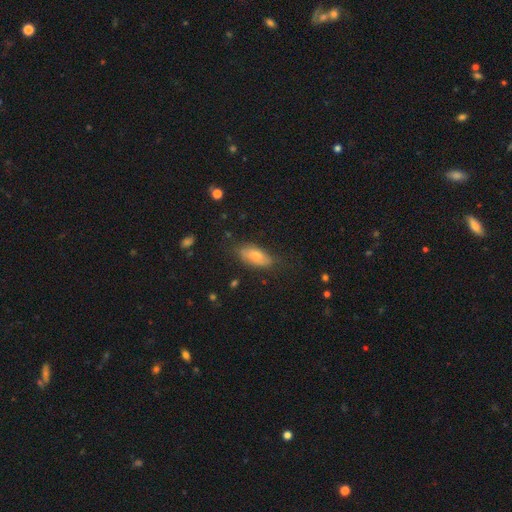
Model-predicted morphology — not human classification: smooth-or-featured: smooth: 64% | featured or disk: 27% | star or artifact: 9%
  how-rounded: in between: 81% | cigar-shaped: 16% | round: 3%
  merging: none: 72% | minor disturbance: 21% | major disturbance: 6% | merger: 2%